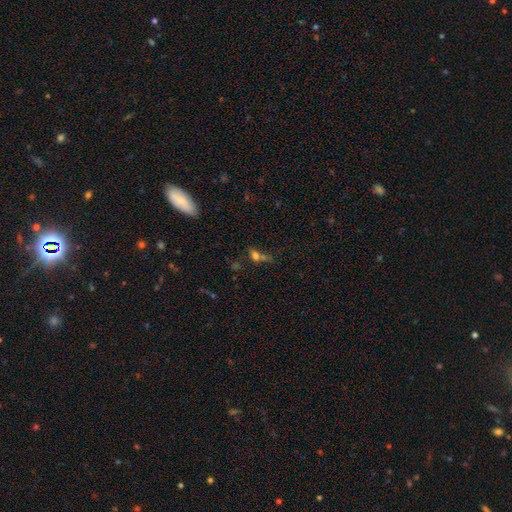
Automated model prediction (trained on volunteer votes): A smooth galaxy with no disk features (66%) that is in between round and cigar-shaped (58%).

Vote fractions:
- Smooth or featured? smooth: 66% / star or artifact: 21% / featured or disk: 13%
- How rounded? in between: 58% / round: 37% / cigar-shaped: 5%
- Merging? merger: 39% (tied) / none: 39% (tied) / minor disturbance: 13% / major disturbance: 9%